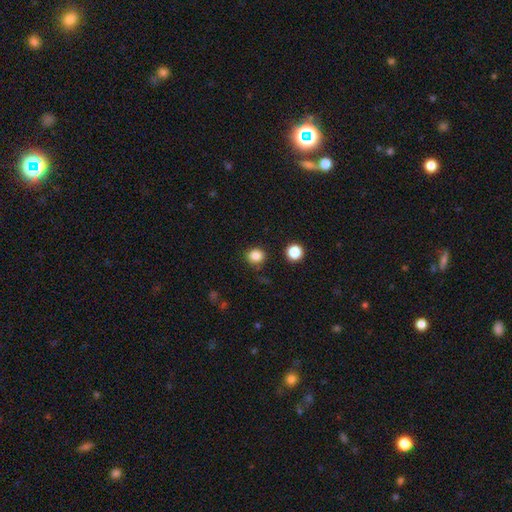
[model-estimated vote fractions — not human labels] smooth 84%, star or artifact 12%, featured or disk 4%. Down the decision tree: how rounded — round (84%); merging — none (86%).